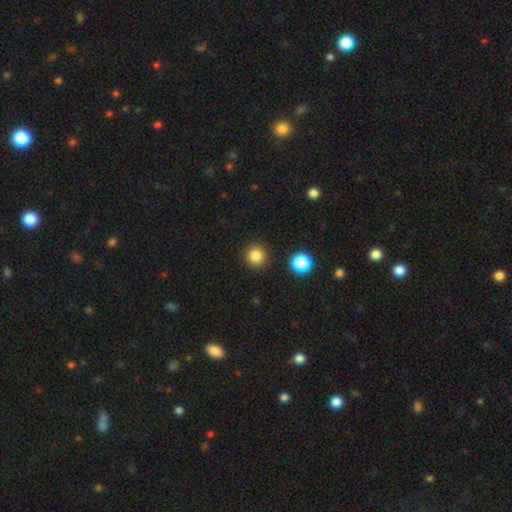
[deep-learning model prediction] smooth 83%, star or artifact 13%, featured or disk 4%. Down the decision tree: how rounded — round (93%); merging — none (90%).